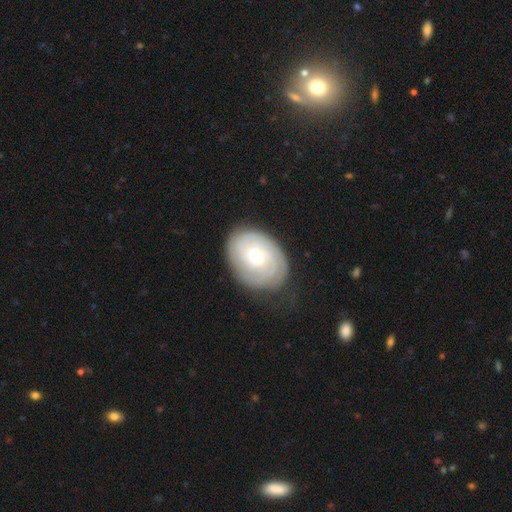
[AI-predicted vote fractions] Overall: featured or disk (68%). Edge-on disk: no (97%). Bar: no (67%; weak 28%). Spiral arms: yes (89%). Spiral arm count: can't tell (50%; 2 21%). Spiral winding: tight (78%). Bulge size: small (57%; moderate 38%). Merging: none (74%).